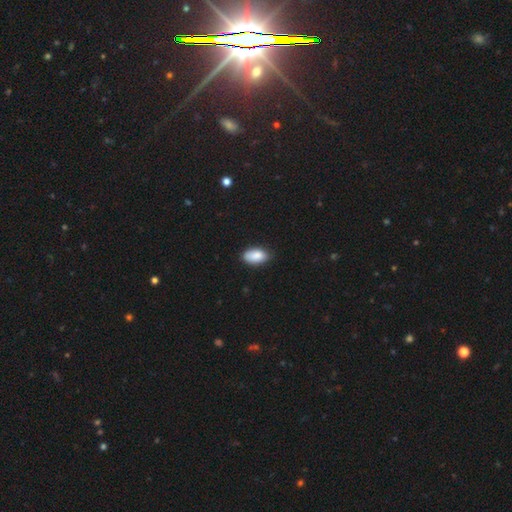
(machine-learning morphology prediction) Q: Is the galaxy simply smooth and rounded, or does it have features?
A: smooth — 87%.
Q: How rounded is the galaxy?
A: in between — 93%.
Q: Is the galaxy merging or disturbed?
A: none — 76%.